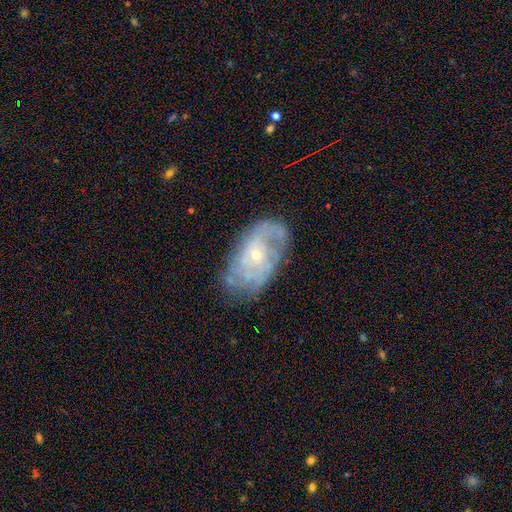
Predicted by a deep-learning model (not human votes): featured or disk 76%, smooth 17%, star or artifact 7%. Down the decision tree: edge-on disk — no (95%); bar — no (76%); spiral arms — yes (79%); spiral arm count — can't tell (48%); spiral winding — tight (50%); bulge size — small (73%); merging — none (63%).